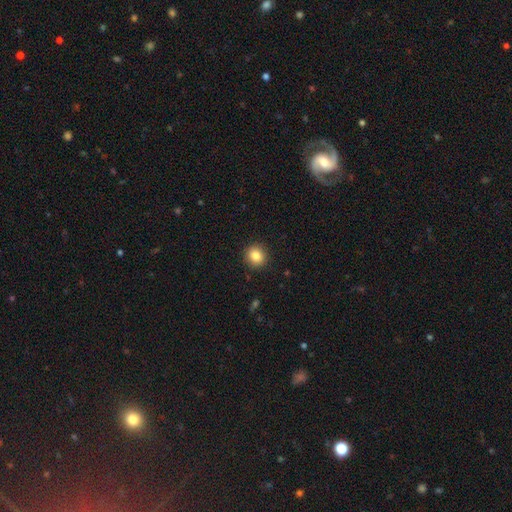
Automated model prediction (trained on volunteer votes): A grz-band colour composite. It shows a smooth galaxy with no disk features (85%) that is round (86%). Merging: none (91%).